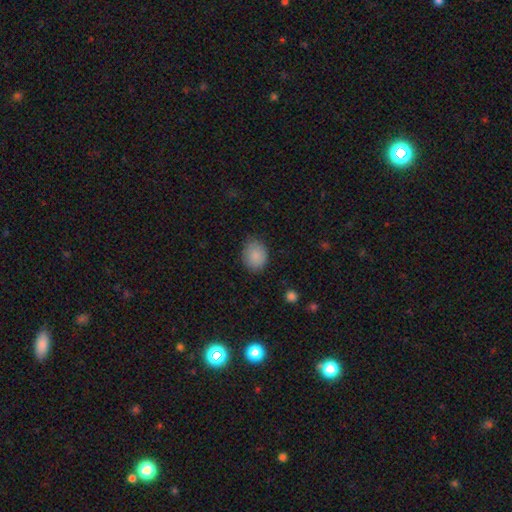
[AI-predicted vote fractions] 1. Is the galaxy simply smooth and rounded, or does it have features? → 87% smooth, 8% star or artifact, 5% featured or disk.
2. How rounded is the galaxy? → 51% round, 48% in between, 1% cigar-shaped.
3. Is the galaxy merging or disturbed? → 78% none, 17% minor disturbance, 3% major disturbance, 1% merger.